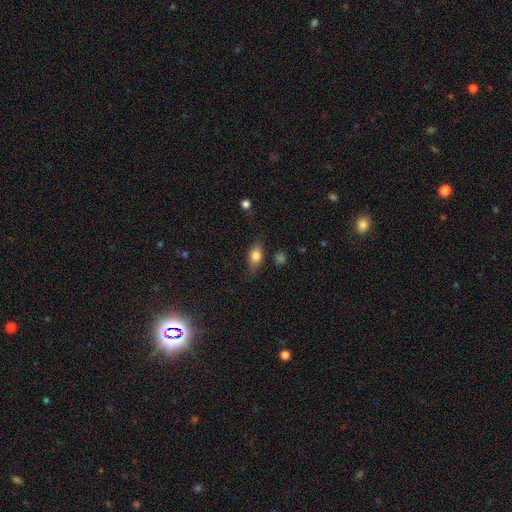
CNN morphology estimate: Smooth or featured? smooth (72%)
How rounded? in between (76%)
Merging? none (70%)